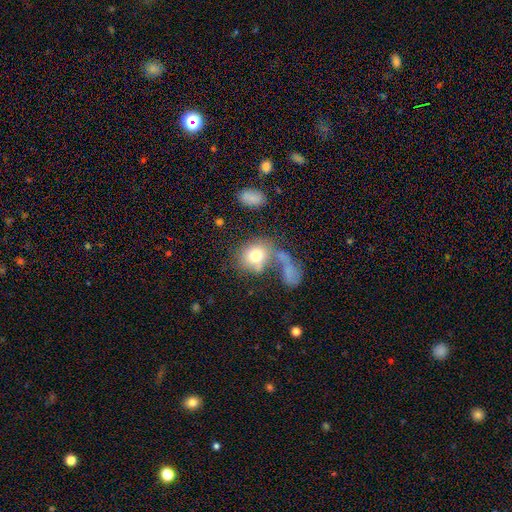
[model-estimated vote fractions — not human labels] A smooth galaxy with no disk features (74%) that is round (59%). Merging: none (32%, tied with merger).